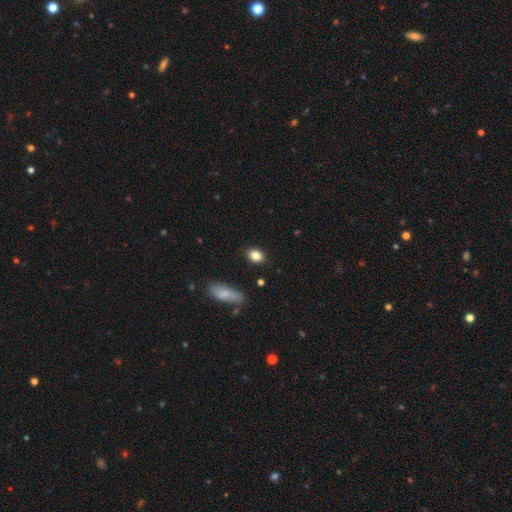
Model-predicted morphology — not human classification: A smooth galaxy with no disk features (84%) that is in between round and cigar-shaped (63%). Merging: none (85%).